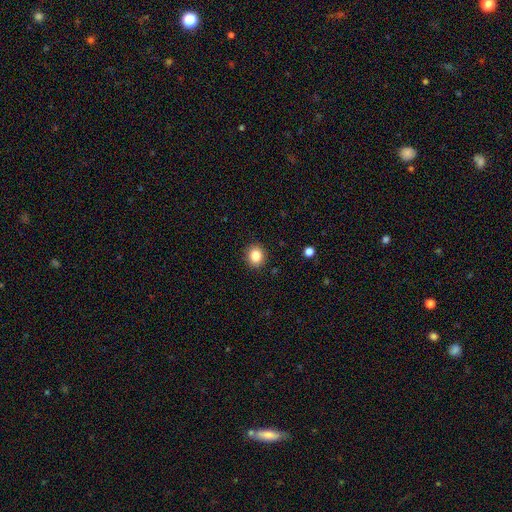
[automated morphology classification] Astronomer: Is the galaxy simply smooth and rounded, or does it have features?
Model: smooth — 85%.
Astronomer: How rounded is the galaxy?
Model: round — 76%.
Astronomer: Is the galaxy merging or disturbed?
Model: none — 91%.